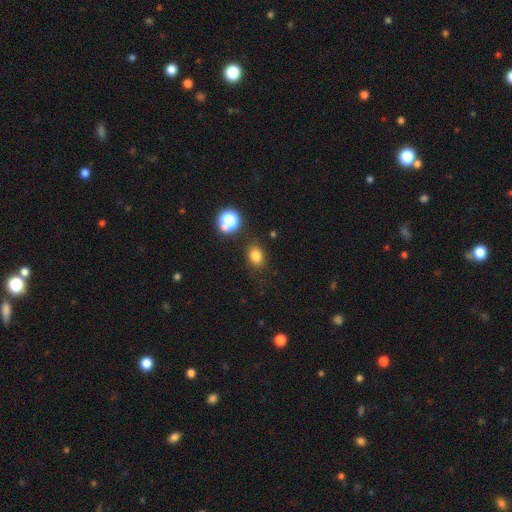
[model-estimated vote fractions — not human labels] smooth 79%, star or artifact 15%, featured or disk 6%. Down the decision tree: how rounded — in between (59%); merging — none (81%).